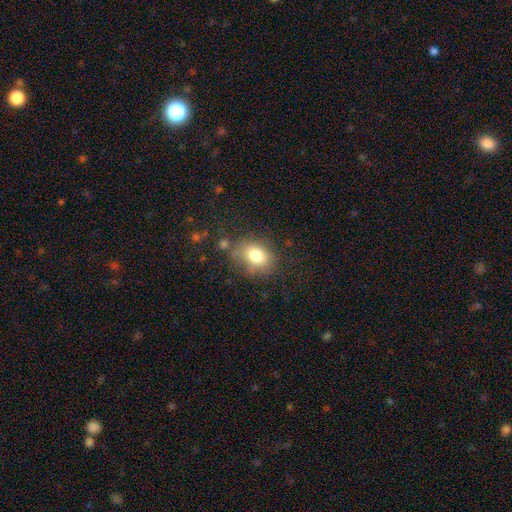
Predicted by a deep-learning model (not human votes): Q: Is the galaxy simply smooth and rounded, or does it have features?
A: smooth — 78%.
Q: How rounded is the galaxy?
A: in between — 58%.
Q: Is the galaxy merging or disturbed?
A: none — 69%.